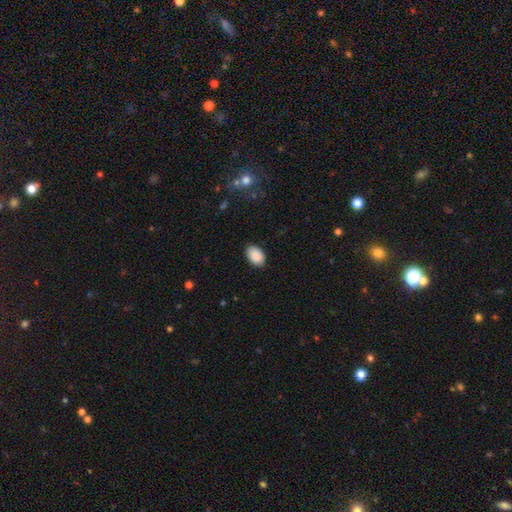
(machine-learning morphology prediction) Smooth or featured? Predicted: smooth (p=0.90). How rounded? Predicted: in between (p=0.90). Merging? Predicted: none (p=0.86).